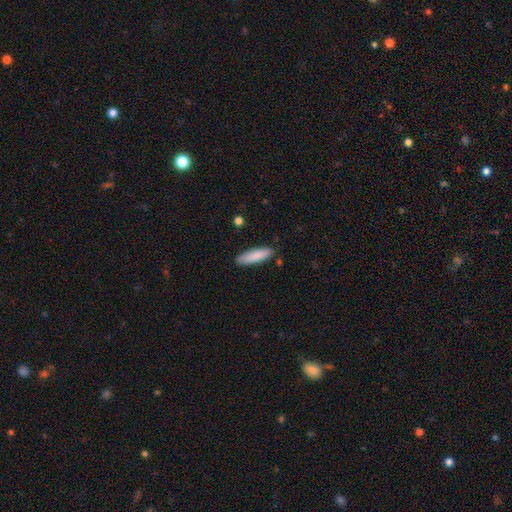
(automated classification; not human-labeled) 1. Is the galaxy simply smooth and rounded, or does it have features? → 85% smooth, 9% featured or disk, 6% star or artifact.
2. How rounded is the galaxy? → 65% cigar-shaped, 34% in between, 1% round.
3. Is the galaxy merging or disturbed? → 85% none, 11% minor disturbance, 2% major disturbance, 2% merger.